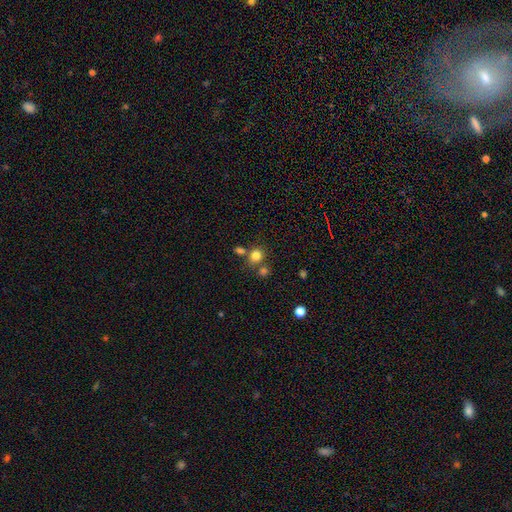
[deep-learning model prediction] A smooth galaxy with no disk features (80%) that is round (79%).

Vote fractions:
- Smooth or featured? smooth: 80% / star or artifact: 14% / featured or disk: 6%
- How rounded? round: 79% / in between: 20% / cigar-shaped: 1%
- Merging? none: 65% / merger: 21% / minor disturbance: 10% / major disturbance: 4%